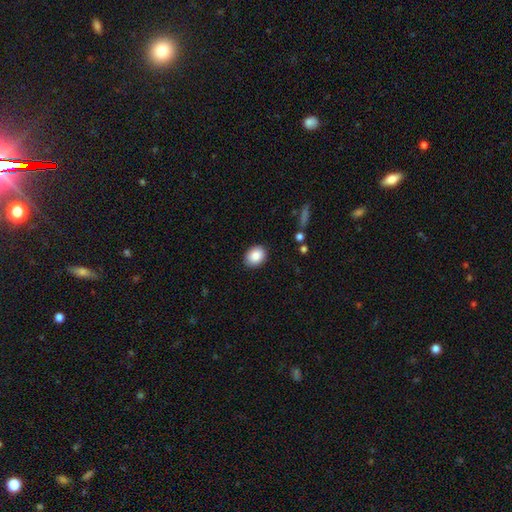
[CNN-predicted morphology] Smooth or featured? Predicted: smooth (p=0.87). How rounded? Predicted: in between (p=0.57). Merging? Predicted: none (p=0.89).